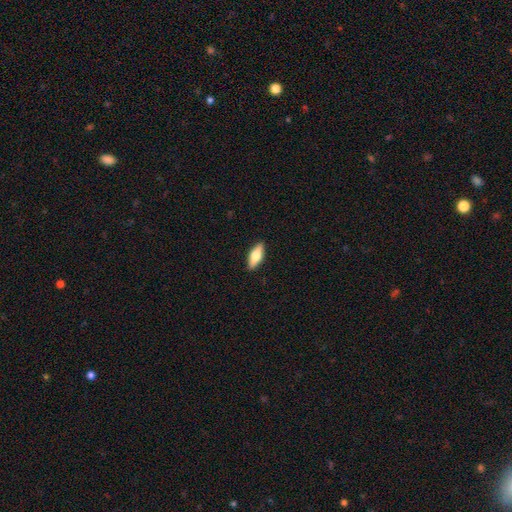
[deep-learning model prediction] This appears to be a smooth galaxy with no disk features (58%) that is in between round and cigar-shaped (64%). Merging: none (90%).